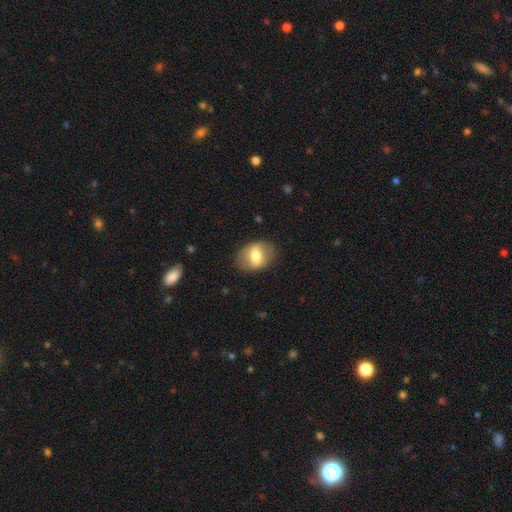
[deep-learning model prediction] Morphology: type=smooth (59%); roundness=in between (76%); merging=none (81%).